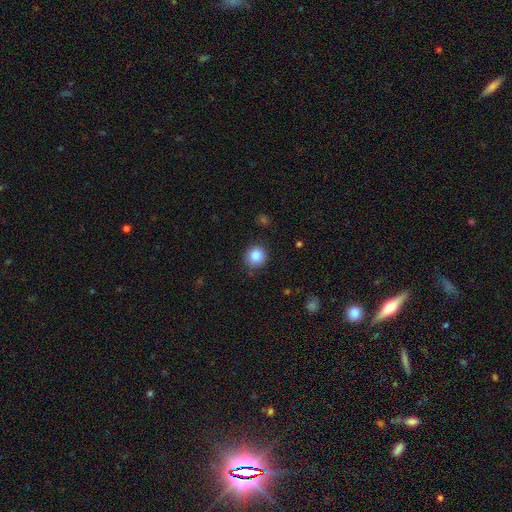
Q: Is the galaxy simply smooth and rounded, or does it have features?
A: smooth — 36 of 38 (95%).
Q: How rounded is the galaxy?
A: round — 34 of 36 (94%).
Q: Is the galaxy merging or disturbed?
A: none — 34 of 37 (92%).